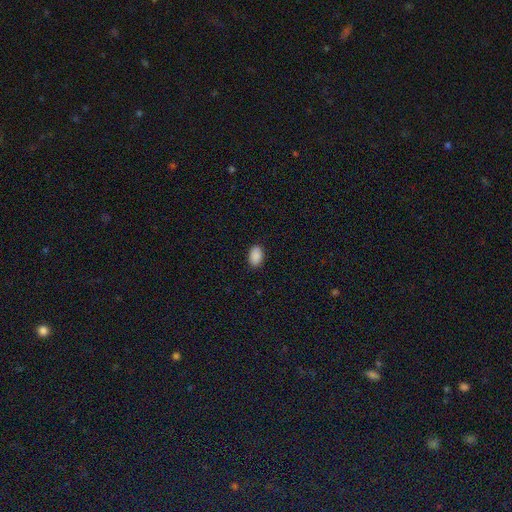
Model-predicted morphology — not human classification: This appears to be a smooth galaxy with no disk features (90%) that is in between round and cigar-shaped (89%). Merging: none (89%).